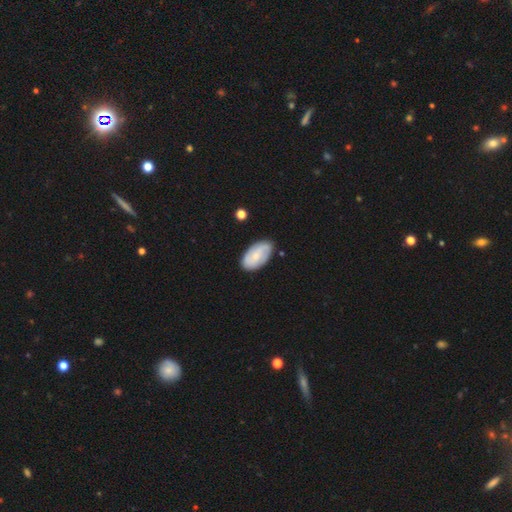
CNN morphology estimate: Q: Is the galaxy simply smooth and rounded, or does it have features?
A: featured or disk — 49%.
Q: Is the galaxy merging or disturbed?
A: none — 80%.